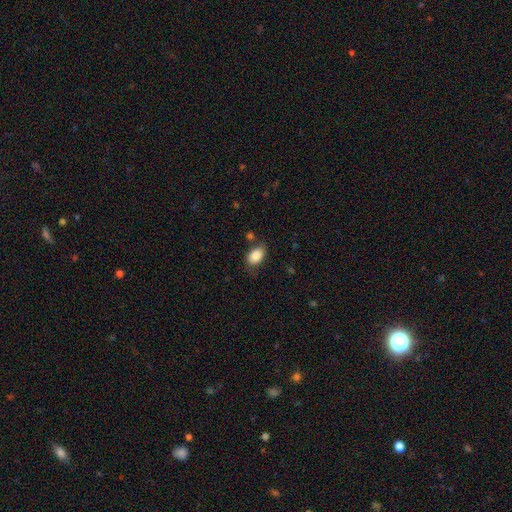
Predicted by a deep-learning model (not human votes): Q: Smooth or featured?
A: smooth (86%); runner-up: star or artifact (8%)
Q: How rounded?
A: in between (87%); runner-up: round (12%)
Q: Merging?
A: none (72%); runner-up: minor disturbance (19%)